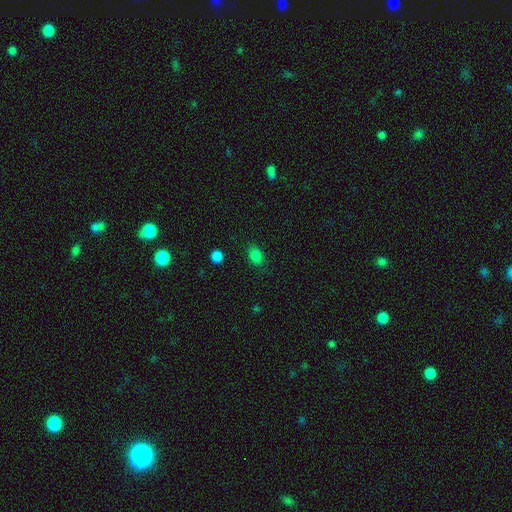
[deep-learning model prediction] The model was most divided on "how rounded": in between: 70%, round: 28%, cigar-shaped: 2%. More confident: smooth or featured — smooth (83%); merging — none (82%).